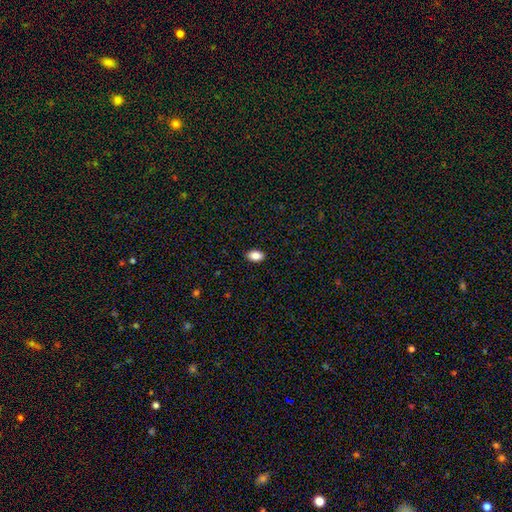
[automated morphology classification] Smooth or featured: smooth — 86% (star or artifact — 8%)
How rounded: in between — 90% (round — 9%)
Merging: none — 90% (minor disturbance — 8%)